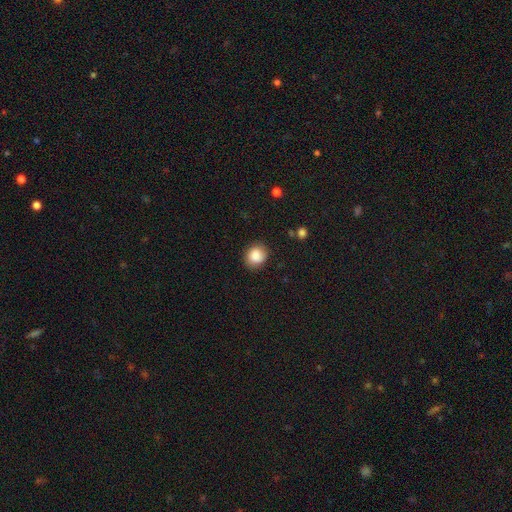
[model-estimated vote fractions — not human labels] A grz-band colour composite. It shows a smooth galaxy with no disk features (87%) that is round (76%). Merging: none (83%).